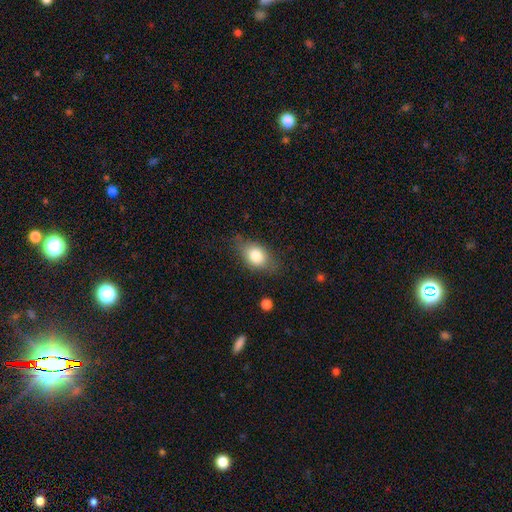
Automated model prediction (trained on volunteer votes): Smooth or featured? smooth (78%)
How rounded? in between (74%)
Merging? none (67%)